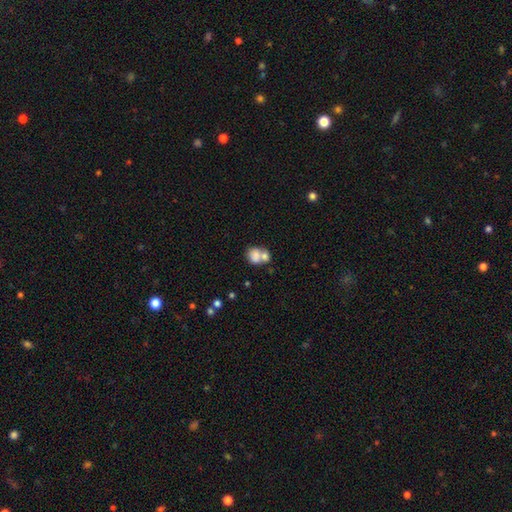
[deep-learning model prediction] Smooth or featured? Predicted: smooth (p=0.72). How rounded? Predicted: round (p=0.56). Merging? Predicted: merger (p=0.61).